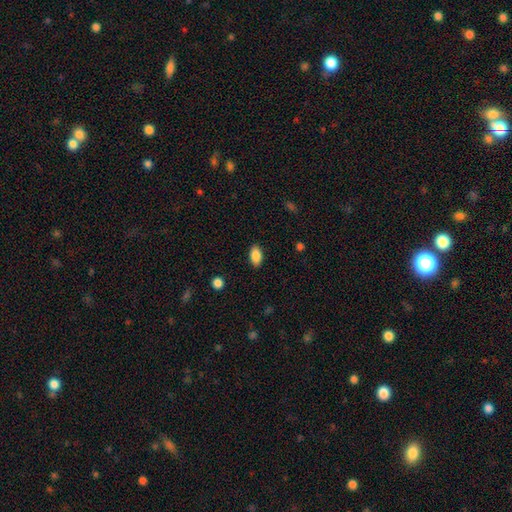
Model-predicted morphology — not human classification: smooth_or_featured: smooth (p=0.88) [alt: star or artifact p=0.07]
how_rounded: in between (p=0.93) [alt: round p=0.05]
merging: none (p=0.88) [alt: minor disturbance p=0.09]